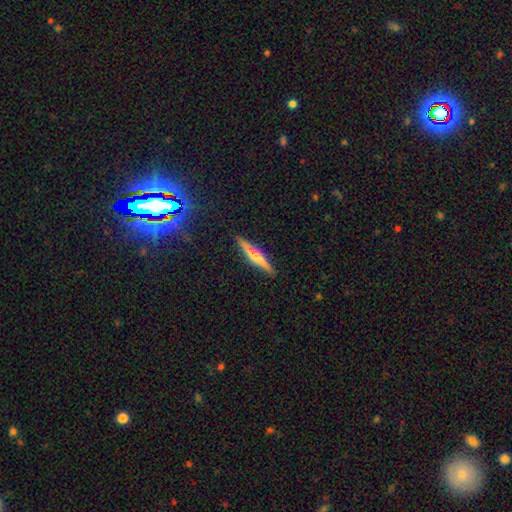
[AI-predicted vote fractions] Smooth or featured?
  - featured or disk: 57% *
  - smooth: 36%
  - star or artifact: 6%
Edge-on disk?
  - yes: 97% *
  - no: 3%
Edge-on bulge?
  - rounded: 69% *
  - none: 17%
  - boxy: 14%
Merging?
  - none: 90% *
  - minor disturbance: 7%
  - major disturbance: 2%
  - merger: 1%